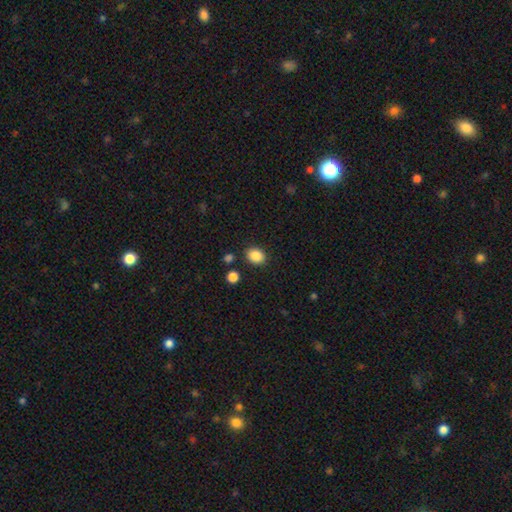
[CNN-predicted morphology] Q: Smooth or featured?
A: smooth (87%); runner-up: star or artifact (9%)
Q: How rounded?
A: in between (56%); runner-up: round (44%)
Q: Merging?
A: none (84%); runner-up: minor disturbance (9%)